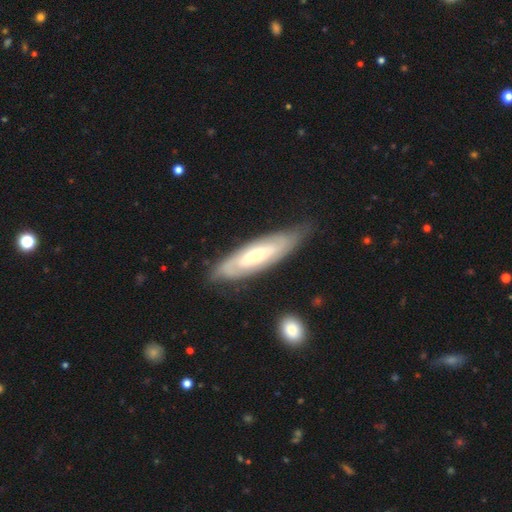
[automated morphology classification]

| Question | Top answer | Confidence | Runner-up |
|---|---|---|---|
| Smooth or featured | featured or disk | 70% | smooth (25%) |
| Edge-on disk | no | 75% | yes (25%) |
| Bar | no | 67% | weak (24%) |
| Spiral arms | yes | 74% | no (26%) |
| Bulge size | moderate | 48% | tied: small (48%) |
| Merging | none | 75% | minor disturbance (18%) |